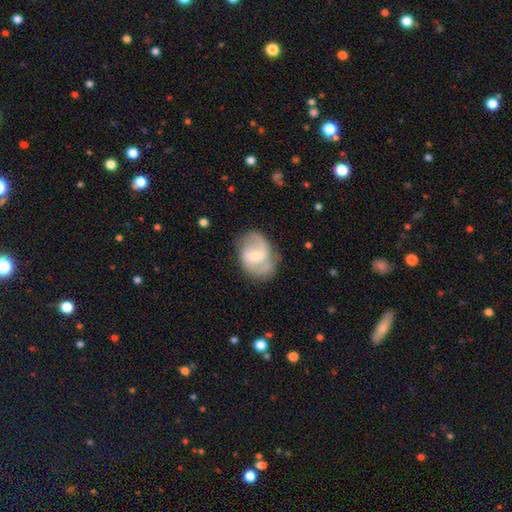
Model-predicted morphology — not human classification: Smooth or featured?
  - featured or disk: 70% *
  - smooth: 24%
  - star or artifact: 6%
Edge-on disk?
  - no: 97% *
  - yes: 3%
Bar?
  - weak: 48% *
  - no: 38%
  - strong: 14%
Spiral arms?
  - yes: 87% *
  - no: 13%
Spiral winding?
  - medium: 50% *
  - loose: 28%
  - tight: 22%
Spiral arm count?
  - 2: 80% *
  - can't tell: 11%
  - 1: 4%
  - 3: 3%
  - 4: 1%
  - more than 4: 1%
Bulge size?
  - small: 51% *
  - moderate: 44%
  - large: 2%
  - none: 2%
  - dominant: 1%
Merging?
  - none: 66% *
  - minor disturbance: 22%
  - major disturbance: 9%
  - merger: 3%